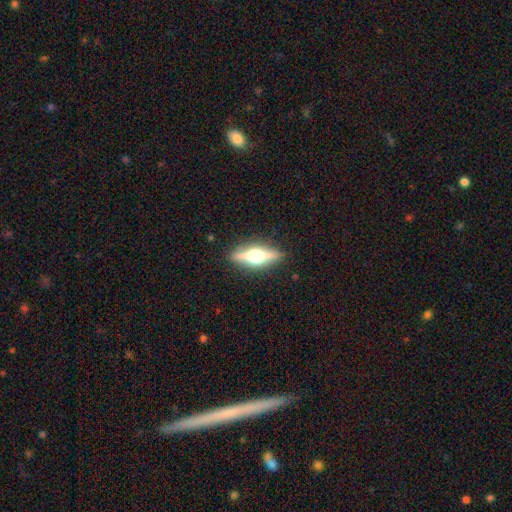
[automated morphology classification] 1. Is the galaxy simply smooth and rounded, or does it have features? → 70% featured or disk, 24% smooth, 6% star or artifact.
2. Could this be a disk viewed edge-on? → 95% yes, 5% no.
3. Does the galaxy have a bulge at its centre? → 95% rounded, 4% boxy, 1% none.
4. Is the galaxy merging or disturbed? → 88% none, 8% minor disturbance, 2% major disturbance, 1% merger.